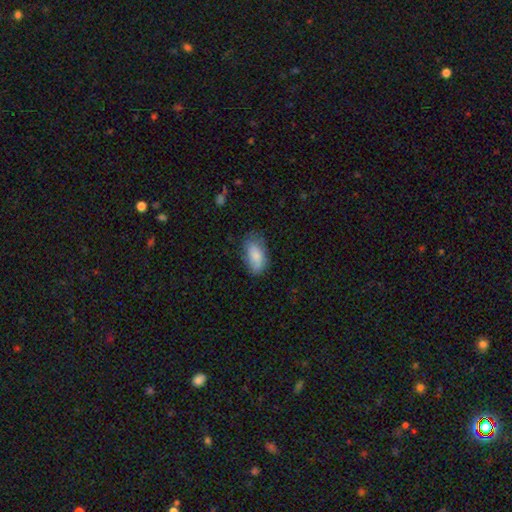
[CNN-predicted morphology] type=smooth (82%); roundness=in between (92%); merging=none (65%).